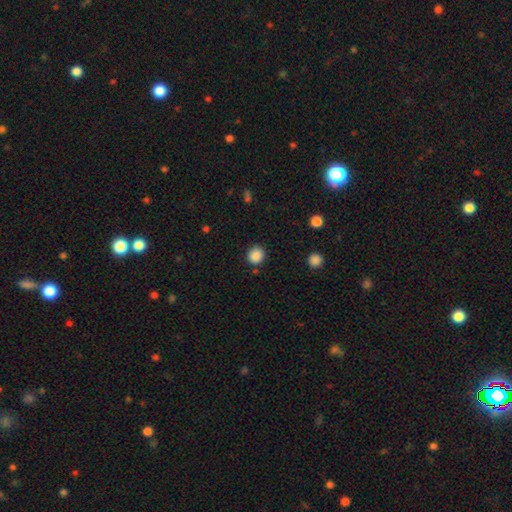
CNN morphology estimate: smooth-or-featured: smooth: 88% | star or artifact: 10% | featured or disk: 3%
  how-rounded: round: 89% | in between: 10% | cigar-shaped: 1%
  merging: none: 87% | minor disturbance: 8% | major disturbance: 3% | merger: 2%